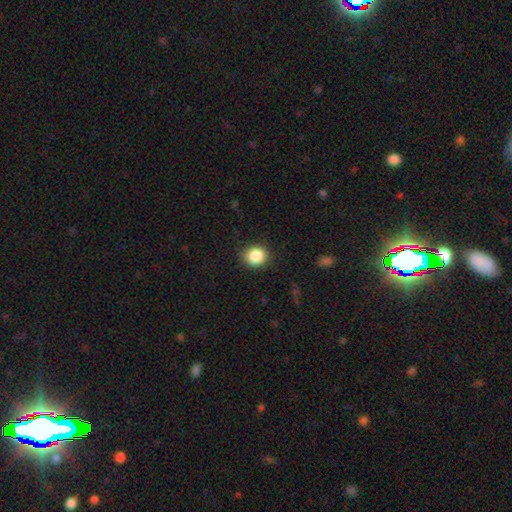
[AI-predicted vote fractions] Morphology: type=smooth (87%); roundness=round (83%); merging=none (87%).